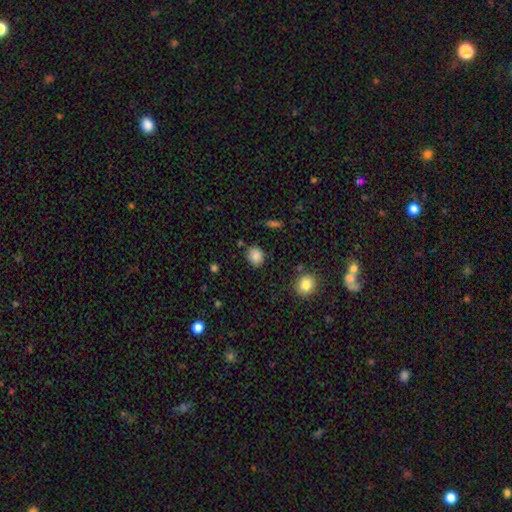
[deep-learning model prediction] This is clearly a smooth galaxy (85%). How rounded: likely round (68%). Merging: clearly none (84%).